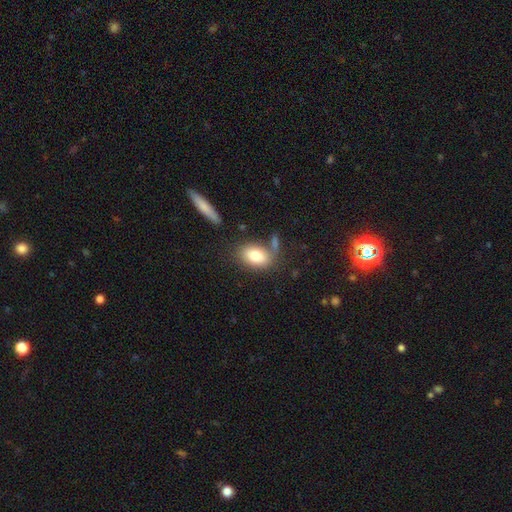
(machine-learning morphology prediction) Smooth or featured?
  - smooth: 80% *
  - featured or disk: 13%
  - star or artifact: 8%
How rounded?
  - in between: 84% *
  - round: 14%
  - cigar-shaped: 2%
Merging?
  - none: 65% *
  - minor disturbance: 16%
  - merger: 13%
  - major disturbance: 6%